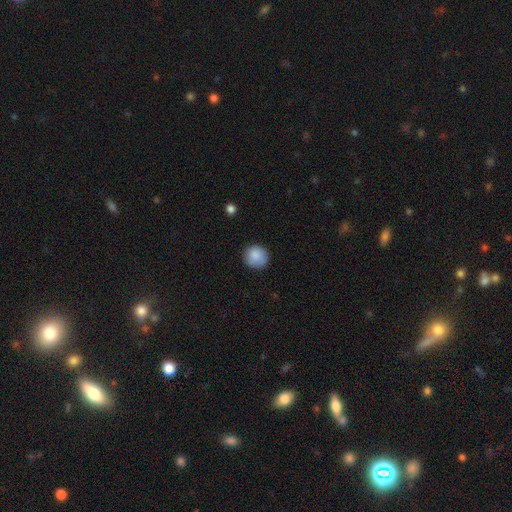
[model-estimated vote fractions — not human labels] smooth 88%, star or artifact 8%, featured or disk 5%. Down the decision tree: how rounded — round (92%); merging — none (86%).